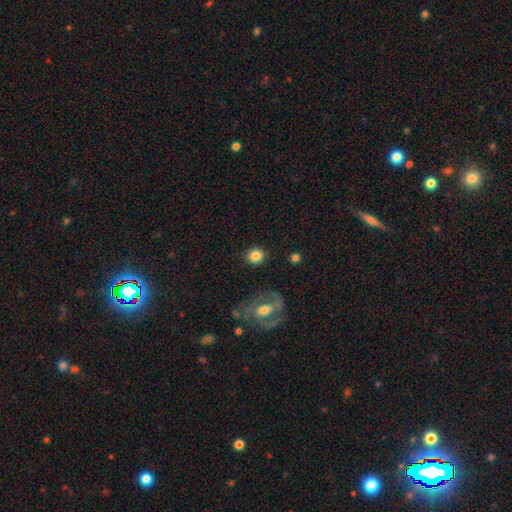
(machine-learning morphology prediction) A smooth galaxy with no disk features (82%) that is round (84%). Merging: none (86%).